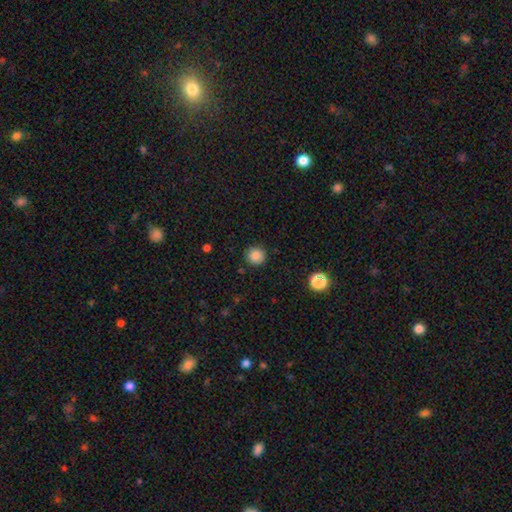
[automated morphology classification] Smooth or featured? Predicted: smooth (p=0.85). How rounded? Predicted: round (p=0.93). Merging? Predicted: none (p=0.91).